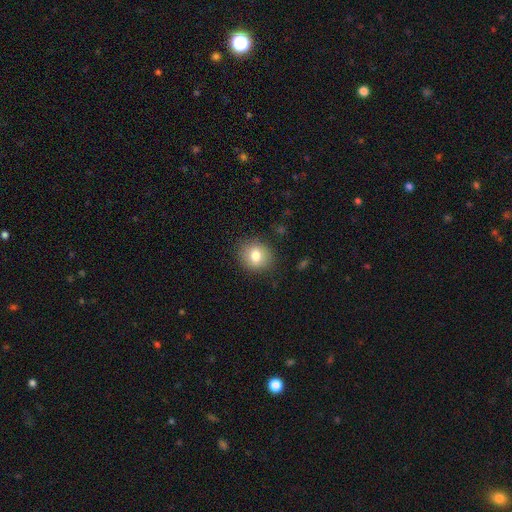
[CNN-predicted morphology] This appears to be a smooth galaxy with no disk features (80%) that is round (78%). Merging: none (87%).